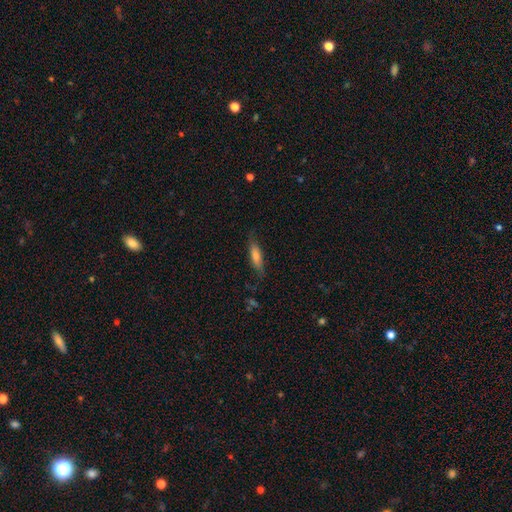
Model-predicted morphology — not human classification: smooth 64%, featured or disk 28%, star or artifact 8%. Down the decision tree: how rounded — cigar-shaped (70%); merging — none (76%).